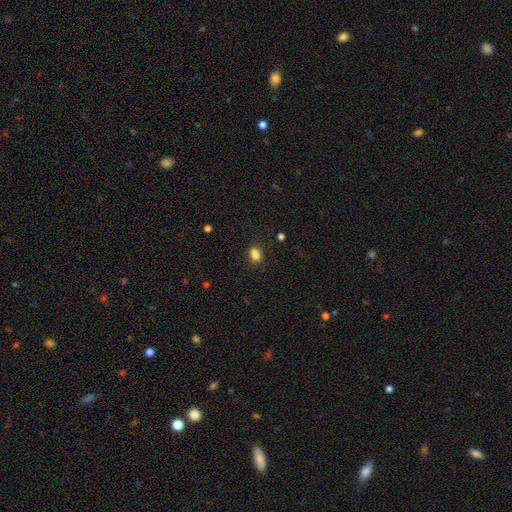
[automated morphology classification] Smooth or featured?
  - smooth: 78% *
  - star or artifact: 14%
  - featured or disk: 8%
How rounded?
  - in between: 58% *
  - round: 40%
  - cigar-shaped: 2%
Merging?
  - none: 51% *
  - merger: 30%
  - minor disturbance: 14%
  - major disturbance: 5%